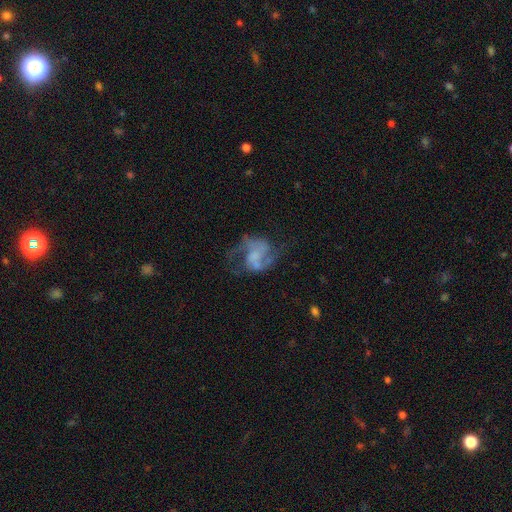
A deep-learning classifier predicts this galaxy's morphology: Smooth or featured? Predicted: featured or disk (p=0.77). Edge-on disk? Predicted: no (p=0.98). Bar? Predicted: no (p=0.53). Spiral arms? Predicted: yes (p=0.88). Spiral winding? Predicted: medium (p=0.48). Spiral arm count? Predicted: 2 (p=0.84). Bulge size? Predicted: none (p=0.48). Merging? Predicted: none (p=0.53).